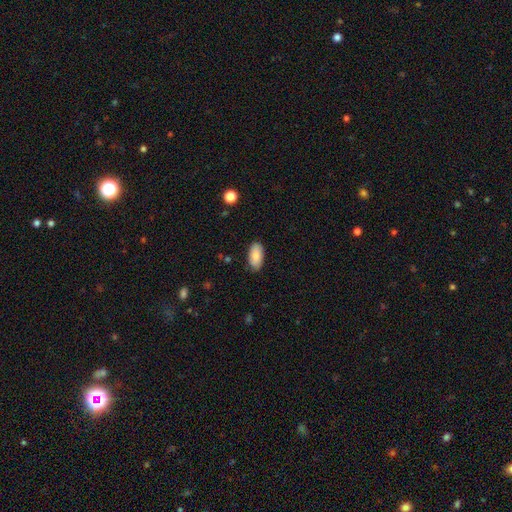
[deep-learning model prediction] Smooth or featured? Predicted: smooth (p=0.87). How rounded? Predicted: in between (p=0.94). Merging? Predicted: none (p=0.85).